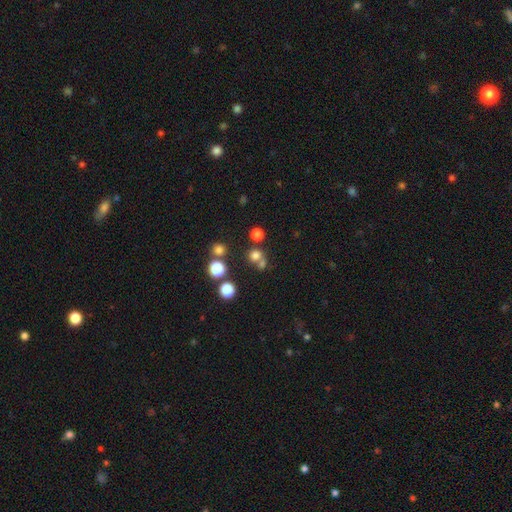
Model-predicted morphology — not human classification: The model was most divided on "merging": none: 61%, merger: 28%, minor disturbance: 7%, major disturbance: 4%. More confident: how rounded — round (88%); smooth or featured — smooth (71%).